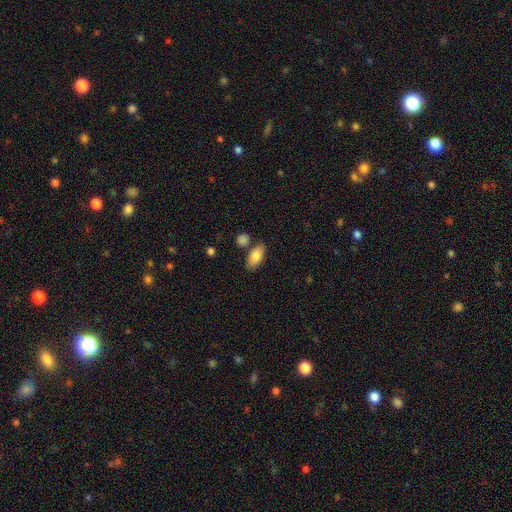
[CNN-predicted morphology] The model was most divided on "merging": none: 76%, minor disturbance: 12%, merger: 9%, major disturbance: 3%. More confident: how rounded — in between (92%); smooth or featured — smooth (83%).